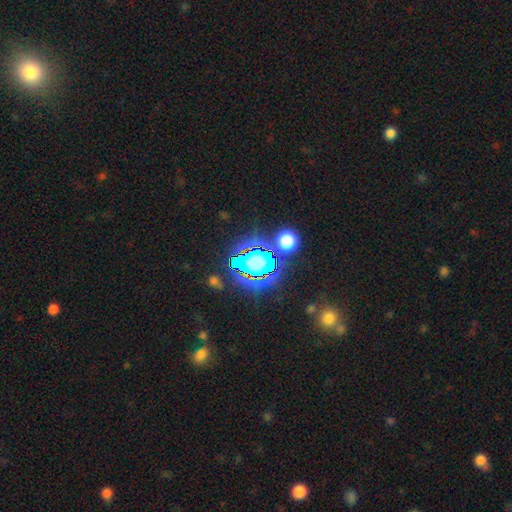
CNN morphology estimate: This appears to be a star or artifact, not a galaxy (66%).